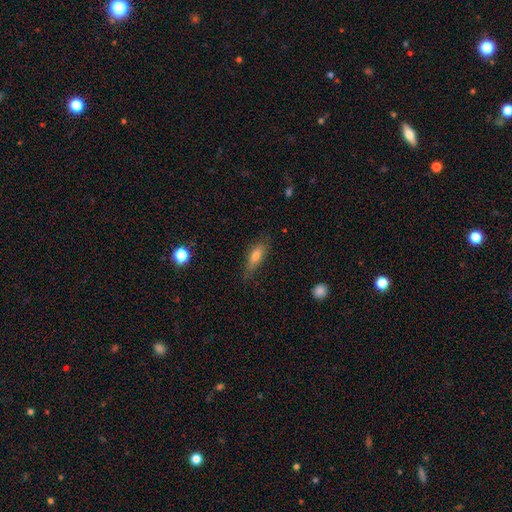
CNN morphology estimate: Smooth or featured: smooth — 69% (featured or disk — 23%)
How rounded: in between — 51% (cigar-shaped — 46%)
Merging: none — 70% (minor disturbance — 23%)